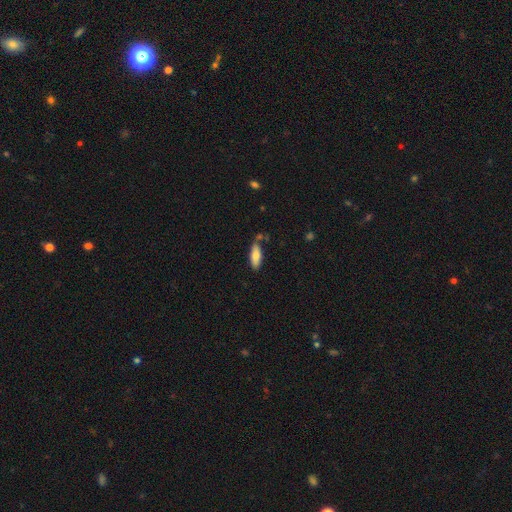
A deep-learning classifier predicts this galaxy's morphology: The model was most divided on "how rounded": in between: 67%, cigar-shaped: 32%, round: 2%. More confident: smooth or featured — smooth (80%); merging — none (70%).